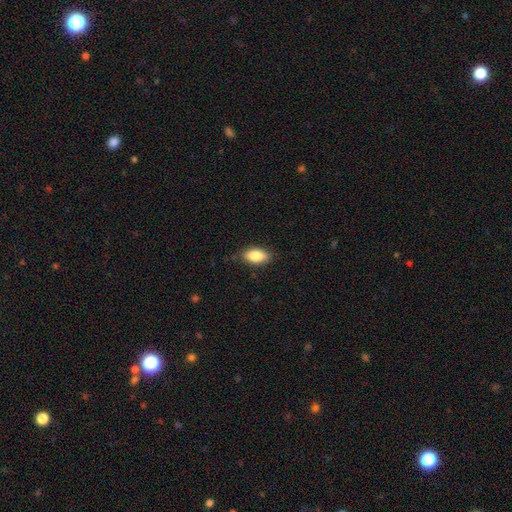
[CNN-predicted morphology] A smooth galaxy with no disk features (85%) that is in between round and cigar-shaped (91%). Merging: none (82%).